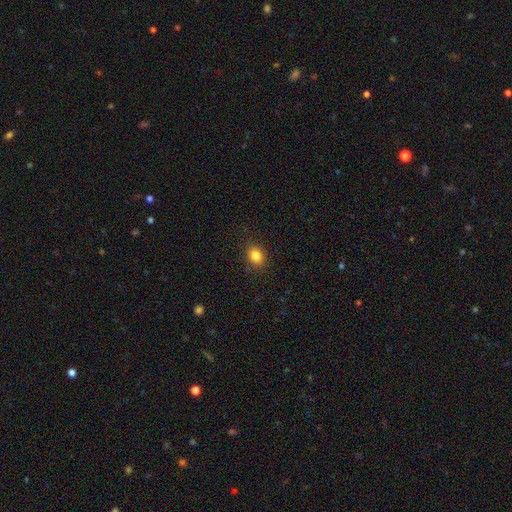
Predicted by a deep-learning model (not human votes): smooth_or_featured: smooth (p=0.84) [alt: star or artifact p=0.11]
how_rounded: in between (p=0.54) [alt: round p=0.45]
merging: none (p=0.88) [alt: minor disturbance p=0.09]